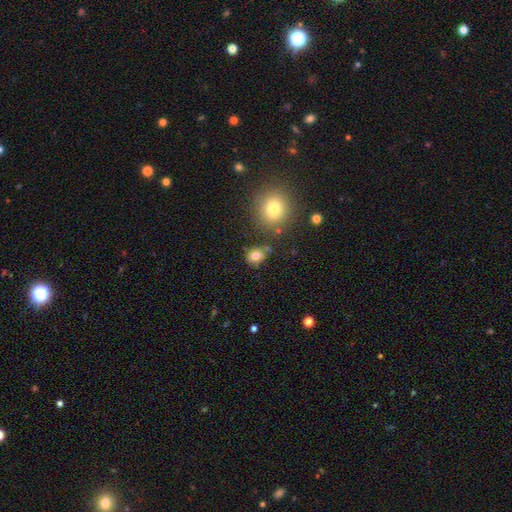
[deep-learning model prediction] smooth_or_featured: smooth (p=0.81) [alt: star or artifact p=0.12]
how_rounded: round (p=0.59) [alt: in between p=0.39]
merging: none (p=0.74) [alt: minor disturbance p=0.15]